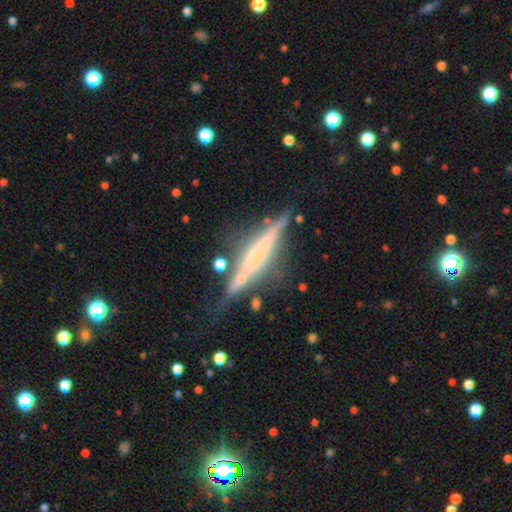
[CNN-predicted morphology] Smooth or featured: featured or disk — 72% (smooth — 20%)
Edge-on disk: yes — 92% (no — 8%)
Edge-on bulge: none — 42% (rounded — 30%)
Merging: none — 65% (minor disturbance — 20%)